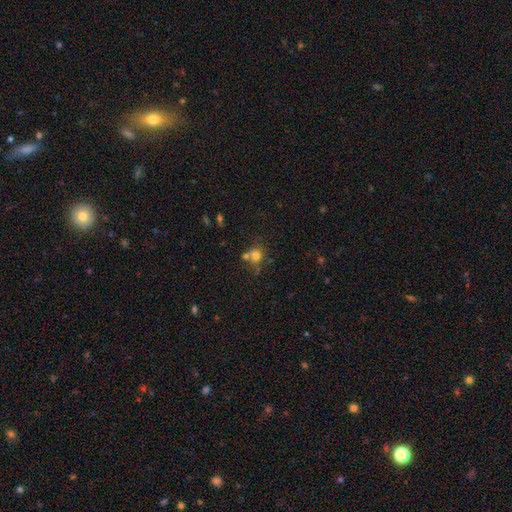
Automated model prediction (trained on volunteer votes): Smooth or featured?
  - smooth: 72% *
  - star or artifact: 16%
  - featured or disk: 12%
How rounded?
  - round: 83% *
  - in between: 16%
  - cigar-shaped: 1%
Merging?
  - none: 51% *
  - merger: 33%
  - minor disturbance: 11%
  - major disturbance: 5%